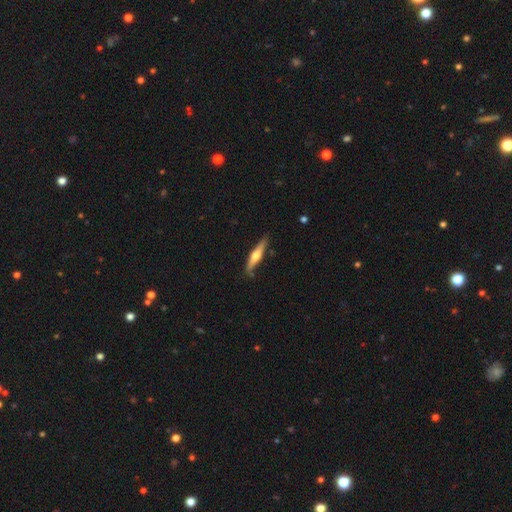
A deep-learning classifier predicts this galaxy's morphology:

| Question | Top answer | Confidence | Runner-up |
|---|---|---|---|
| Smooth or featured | featured or disk | 58% | smooth (37%) |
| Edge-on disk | yes | 96% | no (4%) |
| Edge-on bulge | rounded | 91% | boxy (5%) |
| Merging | none | 84% | minor disturbance (12%) |